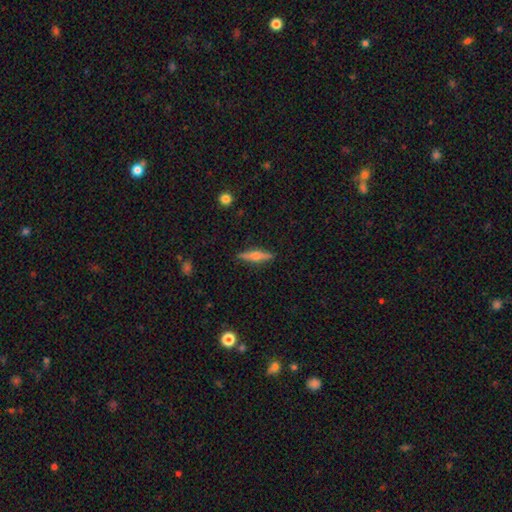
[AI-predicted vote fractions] Q: Smooth or featured?
A: featured or disk (51%); runner-up: smooth (42%)
Q: Edge-on disk?
A: yes (96%); runner-up: no (4%)
Q: Merging?
A: none (89%); runner-up: minor disturbance (8%)